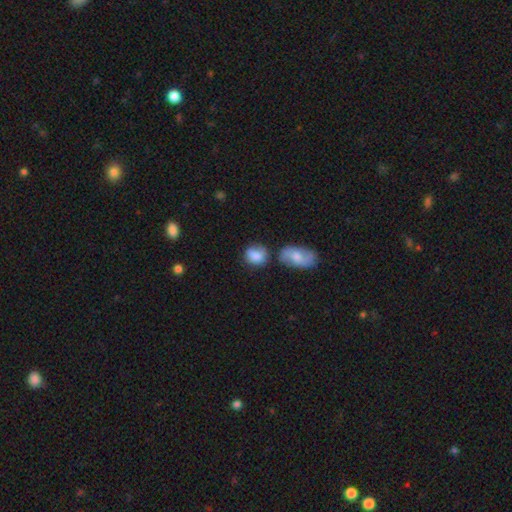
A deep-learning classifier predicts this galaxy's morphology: Q: Smooth or featured?
A: smooth (82%); runner-up: featured or disk (11%)
Q: How rounded?
A: in between (52%); runner-up: round (46%)
Q: Merging?
A: none (51%); runner-up: minor disturbance (25%)